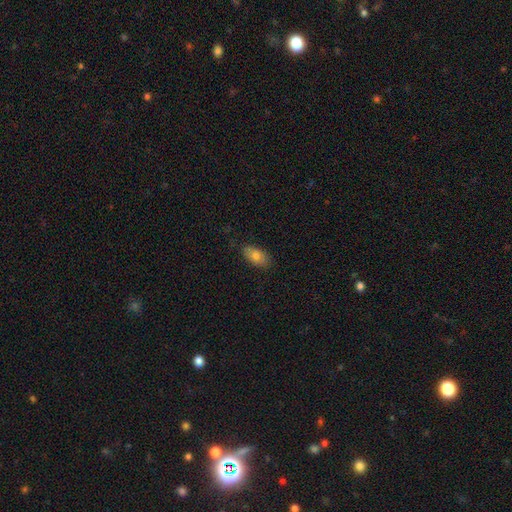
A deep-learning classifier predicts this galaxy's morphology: Smooth or featured? Predicted: smooth (p=0.77). How rounded? Predicted: in between (p=0.92). Merging? Predicted: none (p=0.82).